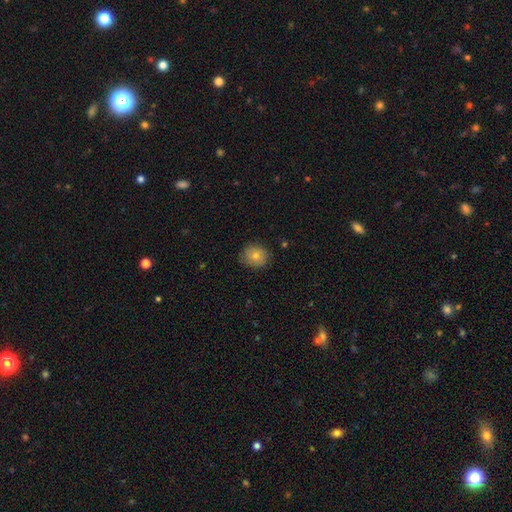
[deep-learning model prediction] The model was most divided on "how rounded": round: 76%, in between: 23%, cigar-shaped: 1%. More confident: smooth or featured — smooth (80%); merging — none (80%).